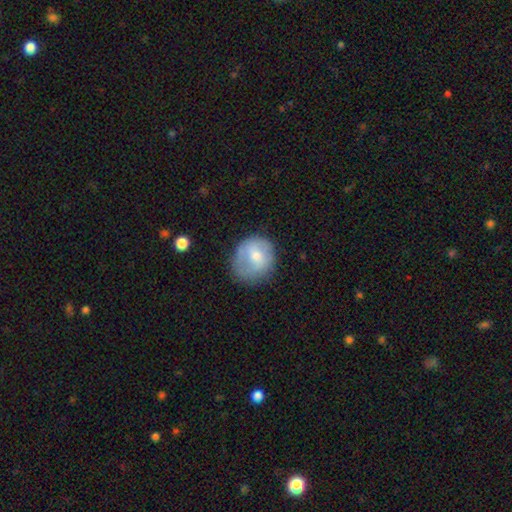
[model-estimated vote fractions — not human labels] The model was most divided on "smooth or featured": smooth: 60%, featured or disk: 33%, star or artifact: 7%. More confident: how rounded — round (76%); merging — none (61%).